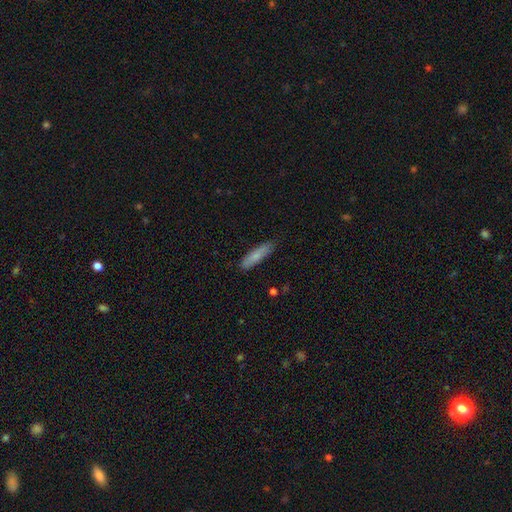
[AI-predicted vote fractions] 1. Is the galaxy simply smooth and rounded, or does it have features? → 73% smooth, 20% featured or disk, 6% star or artifact.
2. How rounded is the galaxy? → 75% cigar-shaped, 23% in between, 2% round.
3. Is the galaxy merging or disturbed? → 84% none, 13% minor disturbance, 2% major disturbance, 1% merger.